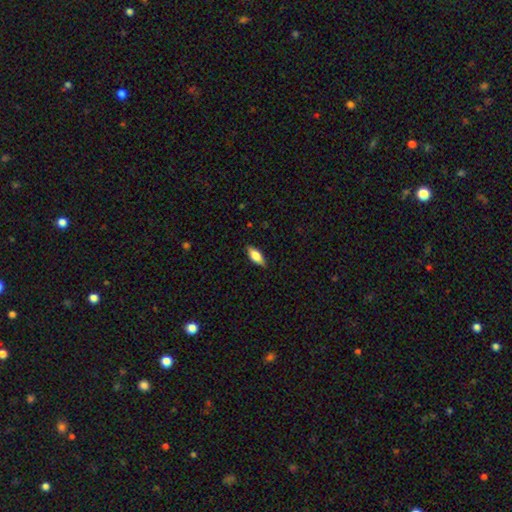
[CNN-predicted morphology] A smooth galaxy with no disk features (72%) that is in between round and cigar-shaped (77%).

Vote fractions:
- Smooth or featured? smooth: 72% / featured or disk: 22% / star or artifact: 7%
- How rounded? in between: 77% / cigar-shaped: 20% / round: 3%
- Merging? none: 86% / minor disturbance: 11% / major disturbance: 2% / merger: 1%